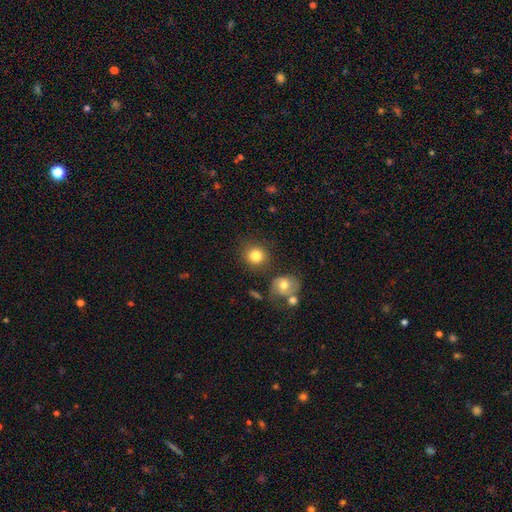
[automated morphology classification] Overall: smooth (82%). How rounded: round (87%). Merging: none (80%).